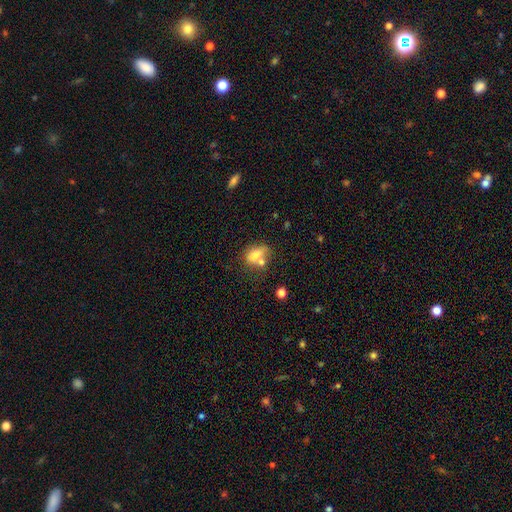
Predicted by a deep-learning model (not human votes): Smooth or featured? smooth (72%)
How rounded? in between (76%)
Merging? none (40%)